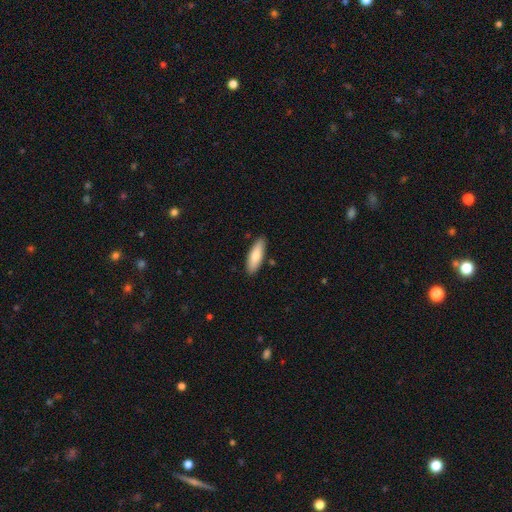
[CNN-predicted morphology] Smooth or featured: smooth — 76% (featured or disk — 18%)
How rounded: in between — 55% (cigar-shaped — 43%)
Merging: none — 87% (minor disturbance — 9%)